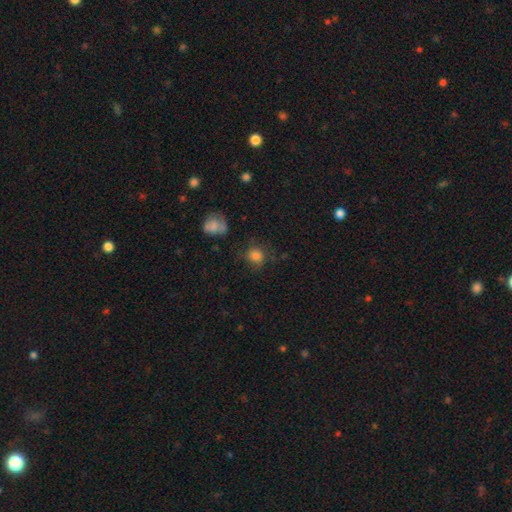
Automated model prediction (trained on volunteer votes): Smooth or featured: smooth — 79% (star or artifact — 12%)
How rounded: round — 79% (in between — 20%)
Merging: none — 67% (minor disturbance — 20%)